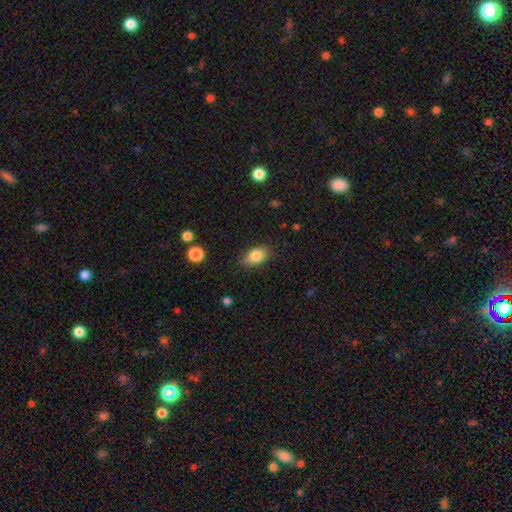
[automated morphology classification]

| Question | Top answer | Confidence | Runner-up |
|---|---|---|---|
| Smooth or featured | smooth | 84% | star or artifact (8%) |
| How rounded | in between | 89% | round (9%) |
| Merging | none | 85% | minor disturbance (11%) |